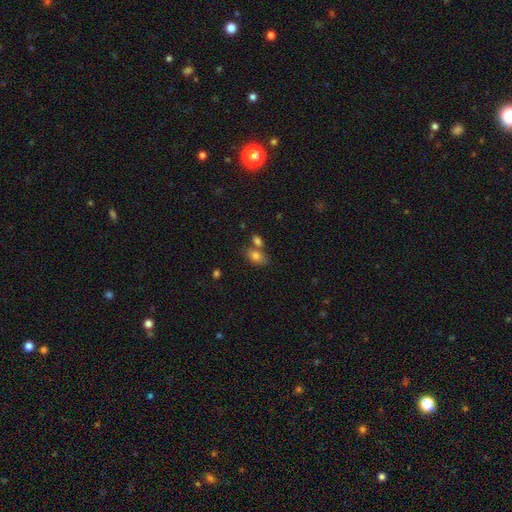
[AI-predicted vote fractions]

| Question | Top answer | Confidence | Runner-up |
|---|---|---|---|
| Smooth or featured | smooth | 78% | featured or disk (12%) |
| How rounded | in between | 85% | round (13%) |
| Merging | none | 52% | merger (30%) |